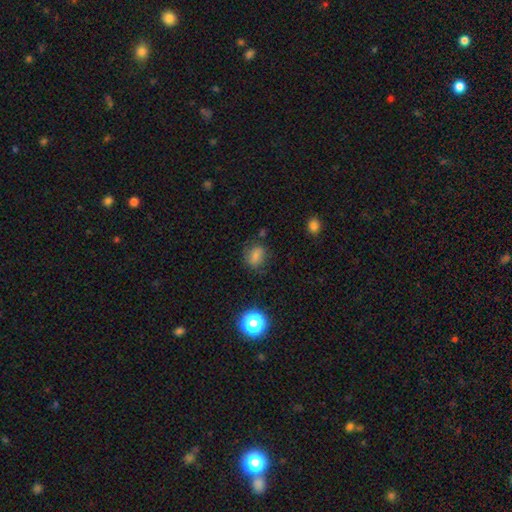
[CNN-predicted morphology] This appears to be a smooth galaxy with no disk features (74%) that is in between round and cigar-shaped (60%). Merging: none (71%).